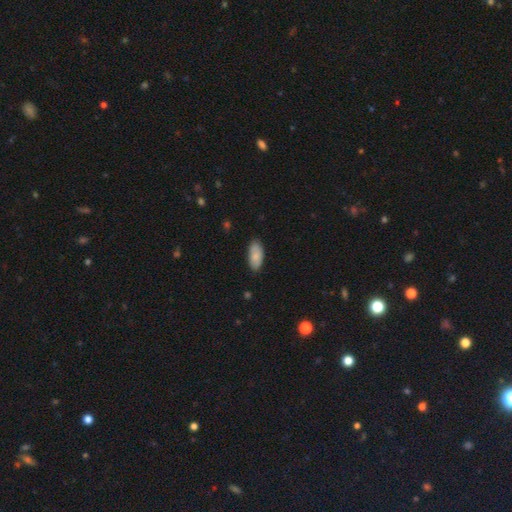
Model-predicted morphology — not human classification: Q: Smooth or featured?
A: smooth (80%); runner-up: featured or disk (14%)
Q: How rounded?
A: in between (89%); runner-up: cigar-shaped (9%)
Q: Merging?
A: none (80%); runner-up: minor disturbance (16%)